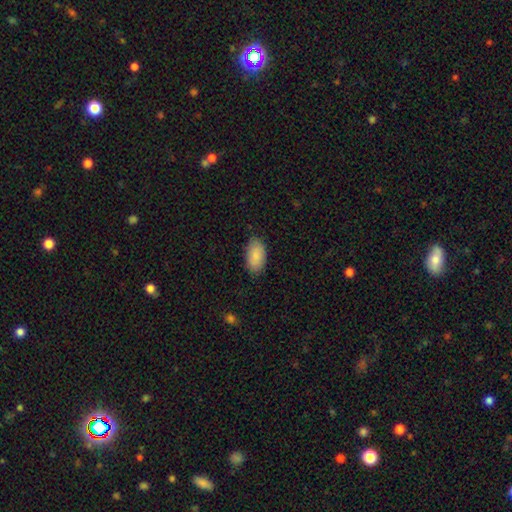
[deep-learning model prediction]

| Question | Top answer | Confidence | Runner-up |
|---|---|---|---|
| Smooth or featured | smooth | 88% | featured or disk (7%) |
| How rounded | in between | 95% | round (3%) |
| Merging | none | 82% | minor disturbance (15%) |